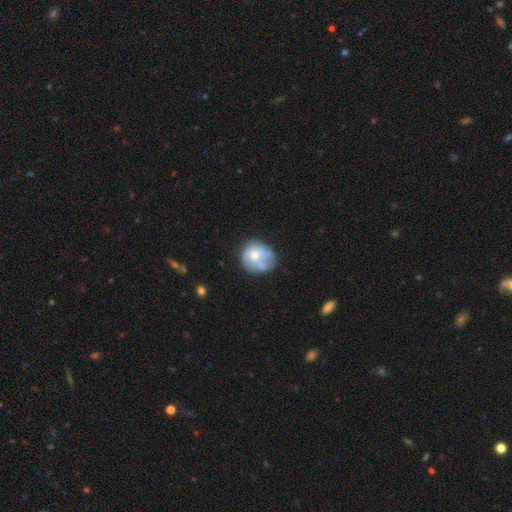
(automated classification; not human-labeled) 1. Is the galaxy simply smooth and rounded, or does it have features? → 52% smooth, 40% featured or disk, 8% star or artifact.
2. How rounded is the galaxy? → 79% round, 20% in between, 1% cigar-shaped.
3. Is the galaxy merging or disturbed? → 60% none, 25% minor disturbance, 12% major disturbance, 3% merger.